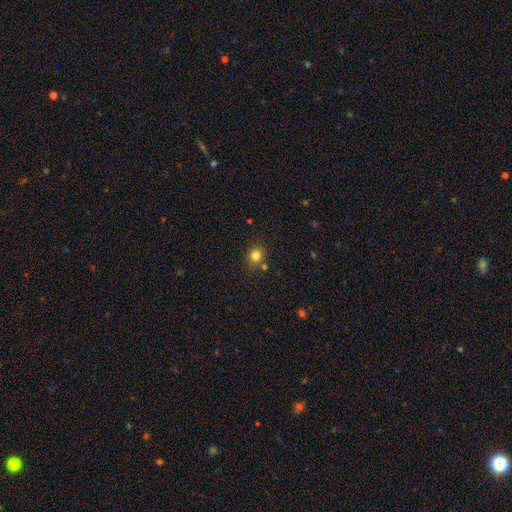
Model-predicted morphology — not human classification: Smooth or featured? smooth (81%)
How rounded? round (78%)
Merging? none (80%)